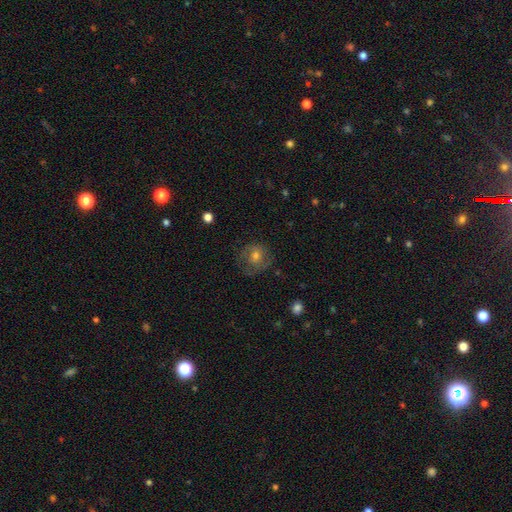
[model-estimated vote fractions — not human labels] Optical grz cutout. It shows a smooth galaxy with no disk features (59%) that is round (80%). Merging: none (64%).